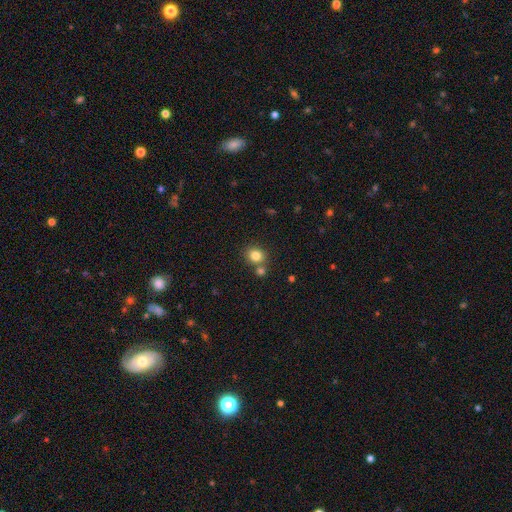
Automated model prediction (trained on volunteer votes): smooth-or-featured: smooth: 82% | star or artifact: 11% | featured or disk: 7%
  how-rounded: round: 78% | in between: 22% | cigar-shaped: 1%
  merging: none: 66% | merger: 23% | minor disturbance: 9% | major disturbance: 3%